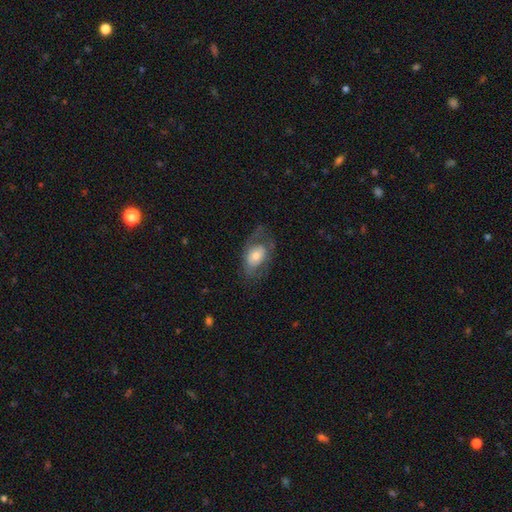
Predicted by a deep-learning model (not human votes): smooth 53%, featured or disk 39%, star or artifact 8%. Down the decision tree: how rounded — in between (83%); merging — none (52%).